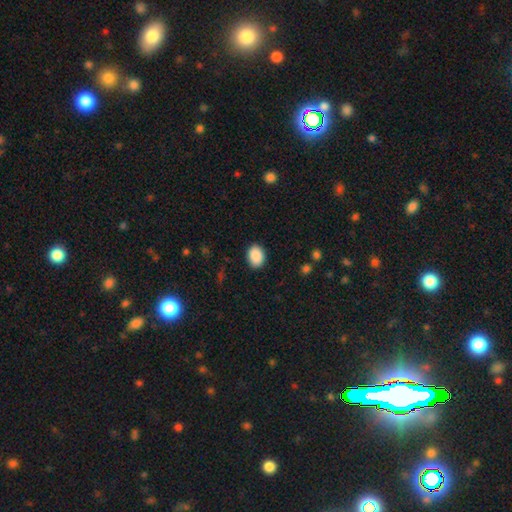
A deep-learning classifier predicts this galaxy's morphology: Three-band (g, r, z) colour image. It shows a smooth galaxy with no disk features (90%) that is in between round and cigar-shaped (70%). Merging: none (88%).